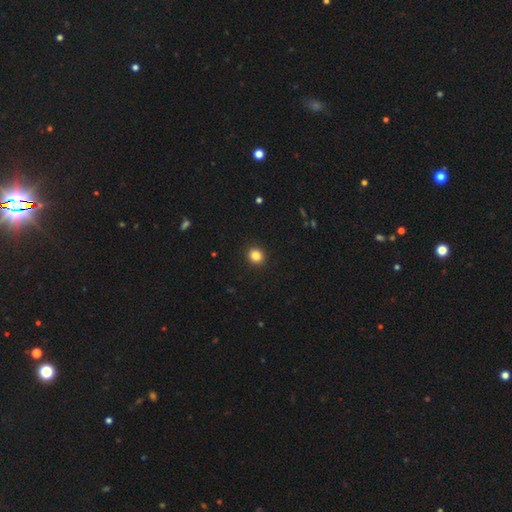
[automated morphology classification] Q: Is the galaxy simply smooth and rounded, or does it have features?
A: smooth — 85%.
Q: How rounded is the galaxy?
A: round — 84%.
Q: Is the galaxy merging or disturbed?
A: none — 93%.